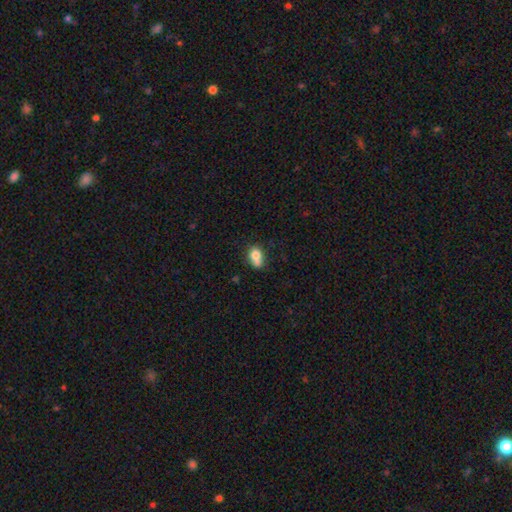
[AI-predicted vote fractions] smooth-or-featured: smooth: 76% | featured or disk: 14% | star or artifact: 10%
  how-rounded: in between: 64% | round: 34% | cigar-shaped: 2%
  merging: none: 42% | merger: 27% | minor disturbance: 23% | major disturbance: 8%